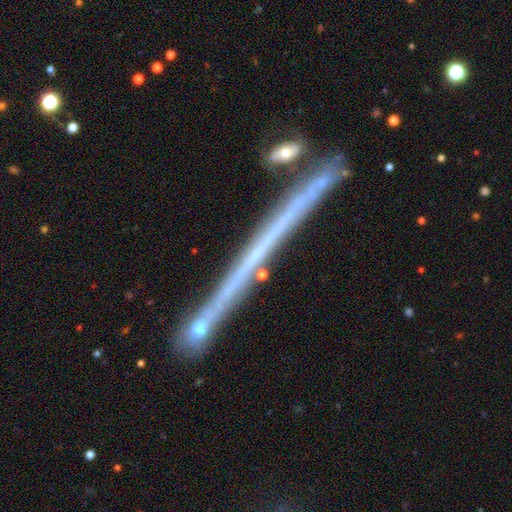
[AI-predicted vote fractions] This is likely a featured or disk galaxy (67%). It is clearly viewed edge-on (96%). Edge-on bulge: clearly none (93%). Merging: clearly none (83%).